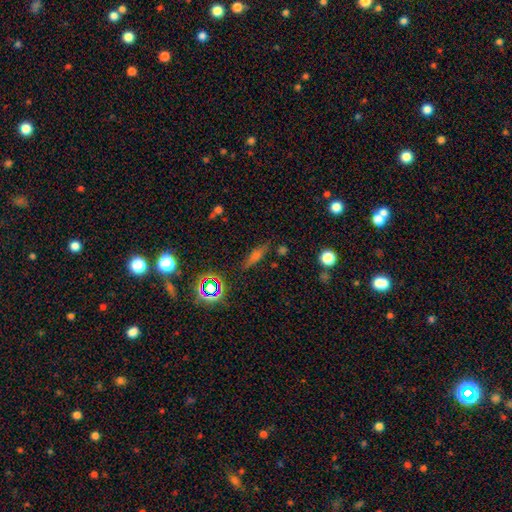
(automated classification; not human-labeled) Smooth or featured?
  - smooth: 44% *
  - featured or disk: 33%
  - star or artifact: 23%
Merging?
  - none: 81% *
  - minor disturbance: 12%
  - major disturbance: 4%
  - merger: 3%